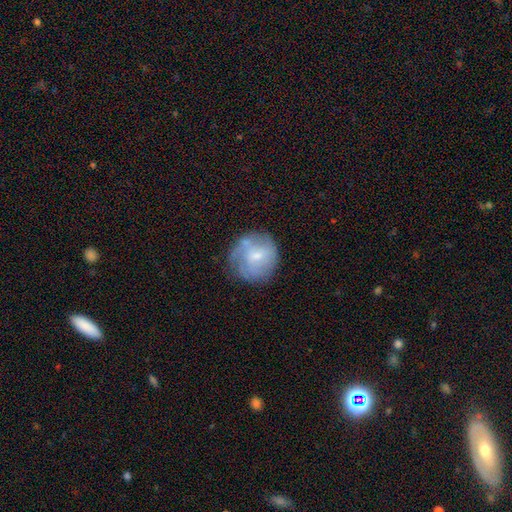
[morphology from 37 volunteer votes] Overall: featured or disk (65%; smooth 32%). Edge-on disk: no (100%). Bar: weak (50%, tied with no). Spiral arms: yes (88%). Spiral arm count: can't tell (57%; 2 19%). Spiral winding: tight (71%). Bulge size: moderate (50%; small 46%). Merging: none (58%; minor disturbance 22%).